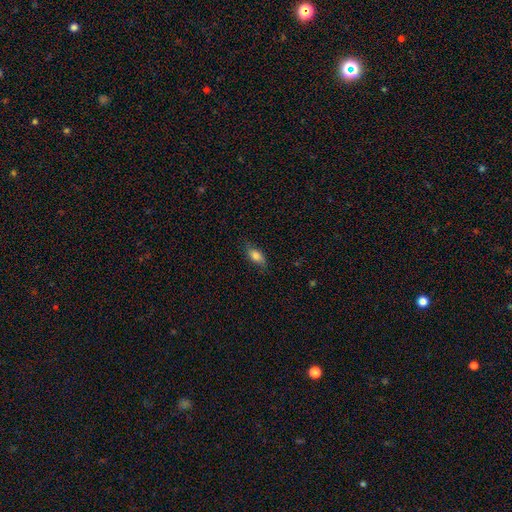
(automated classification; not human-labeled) smooth-or-featured: smooth: 79% | featured or disk: 13% | star or artifact: 8%
  how-rounded: in between: 83% | cigar-shaped: 12% | round: 4%
  merging: none: 77% | minor disturbance: 18% | major disturbance: 4% | merger: 1%